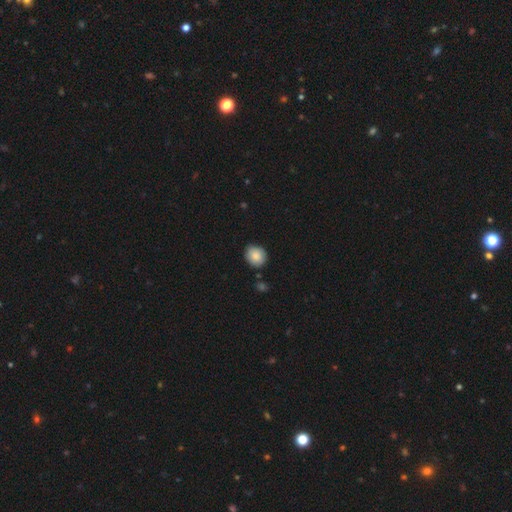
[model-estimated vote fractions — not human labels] Q: Smooth or featured?
A: smooth (87%); runner-up: star or artifact (8%)
Q: How rounded?
A: round (75%); runner-up: in between (25%)
Q: Merging?
A: none (83%); runner-up: minor disturbance (12%)